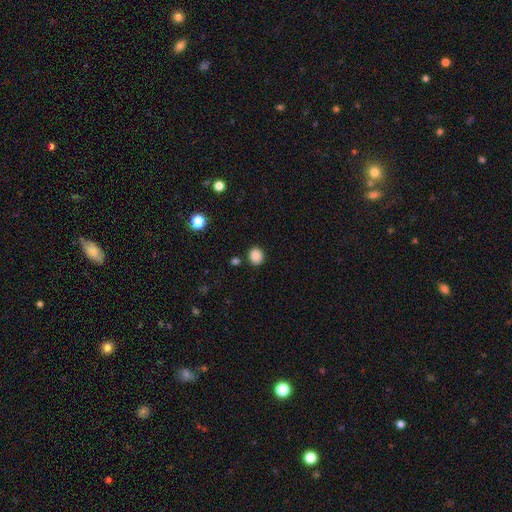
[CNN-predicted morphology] type=smooth (87%); roundness=round (74%); merging=none (85%).